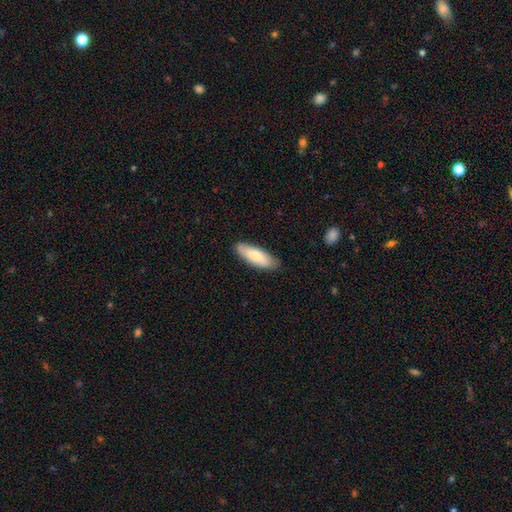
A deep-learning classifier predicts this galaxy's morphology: This is likely a smooth galaxy (75%). How rounded: likely in between (62%). Merging: clearly none (83%).